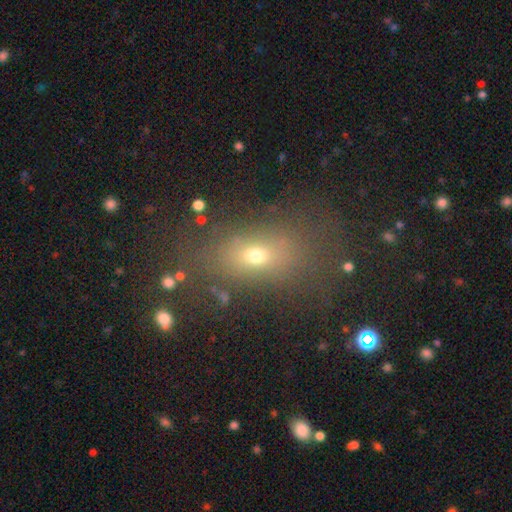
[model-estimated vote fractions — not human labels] This is likely a smooth galaxy (62%). How rounded: likely in between (71%). Merging: likely none (76%).